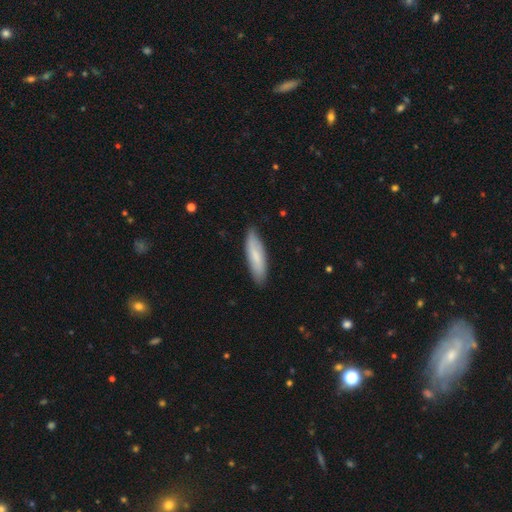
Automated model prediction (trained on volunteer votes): Smooth or featured?
  - smooth: 71% *
  - featured or disk: 23%
  - star or artifact: 6%
How rounded?
  - cigar-shaped: 61% *
  - in between: 38%
  - round: 2%
Merging?
  - none: 84% *
  - minor disturbance: 13%
  - major disturbance: 2%
  - merger: 1%